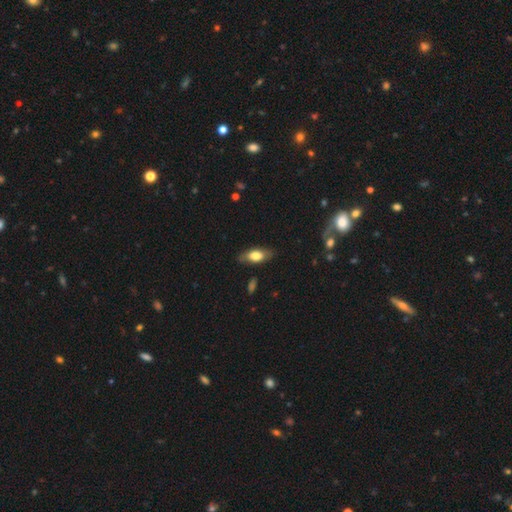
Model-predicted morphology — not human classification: This is likely a smooth galaxy (69%). How rounded: clearly in between (83%). Merging: likely none (79%).